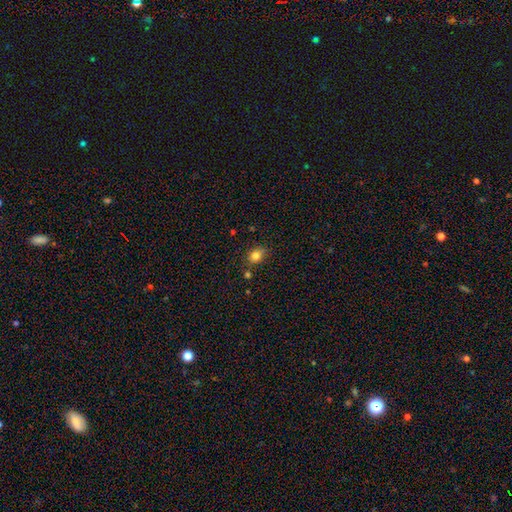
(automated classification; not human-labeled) smooth 82%, star or artifact 11%, featured or disk 7%. Down the decision tree: how rounded — in between (63%); merging — none (72%).